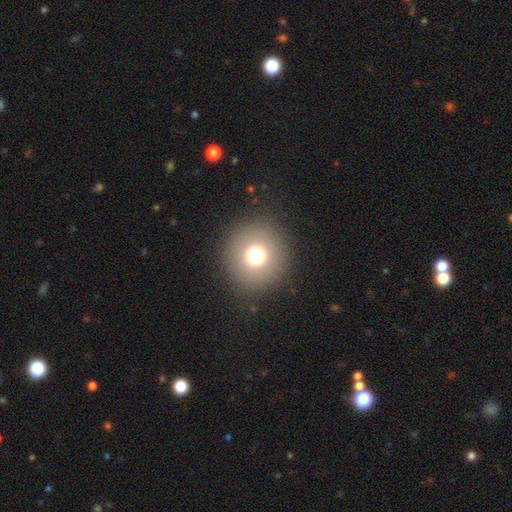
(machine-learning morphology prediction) Smooth or featured? smooth (71%)
How rounded? round (93%)
Merging? none (89%)